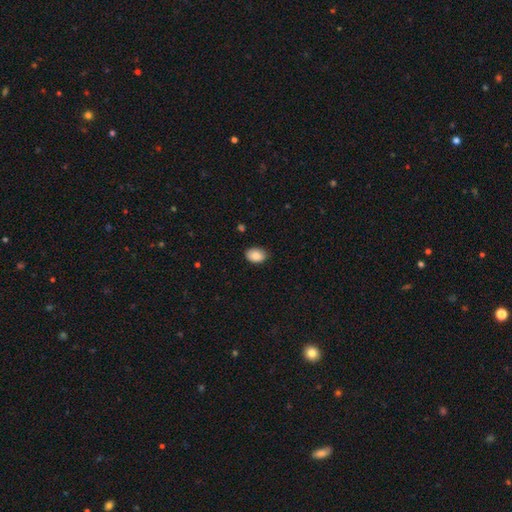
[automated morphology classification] This is clearly a smooth galaxy (88%). How rounded: clearly in between (81%). Merging: clearly none (82%).